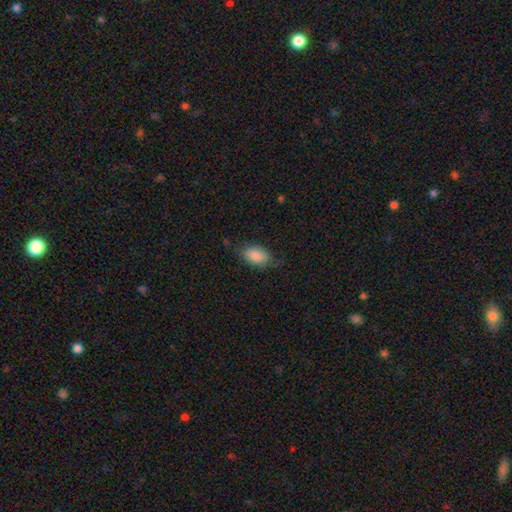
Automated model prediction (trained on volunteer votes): Smooth or featured? Predicted: smooth (p=0.83). How rounded? Predicted: in between (p=0.92). Merging? Predicted: none (p=0.62).